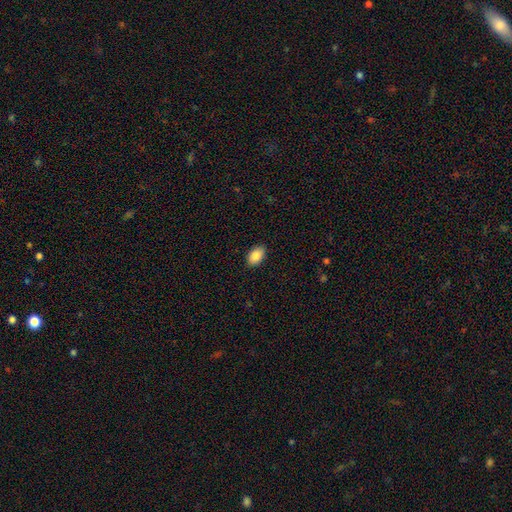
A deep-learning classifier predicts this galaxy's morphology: smooth_or_featured: smooth (p=0.85) [alt: featured or disk p=0.07]
how_rounded: in between (p=0.90) [alt: round p=0.08]
merging: none (p=0.88) [alt: minor disturbance p=0.09]